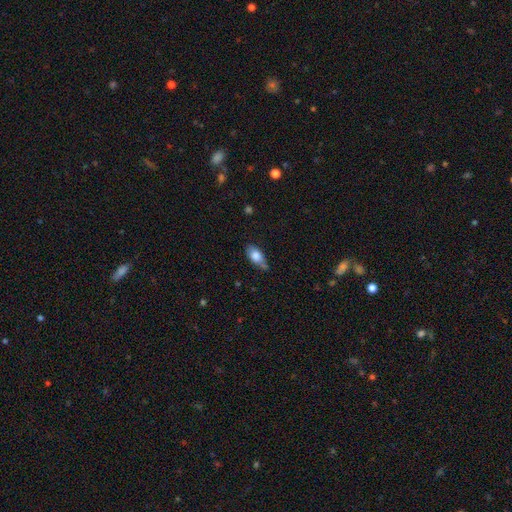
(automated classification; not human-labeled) Smooth or featured? Predicted: smooth (p=0.78). How rounded? Predicted: in between (p=0.87). Merging? Predicted: none (p=0.57).